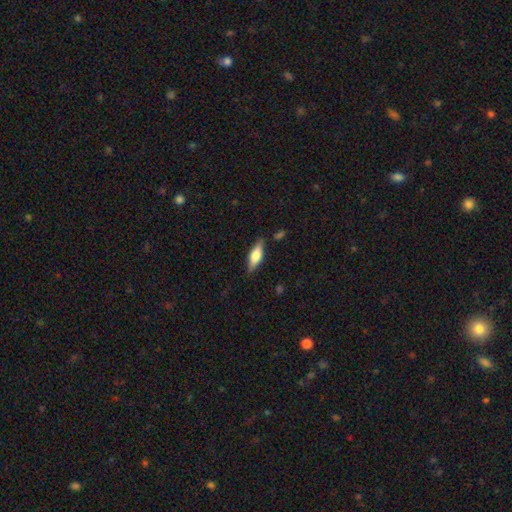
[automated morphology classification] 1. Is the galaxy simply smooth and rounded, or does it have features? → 47% featured or disk, 46% smooth, 7% star or artifact.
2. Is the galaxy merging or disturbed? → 81% none, 13% minor disturbance, 3% major disturbance, 2% merger.